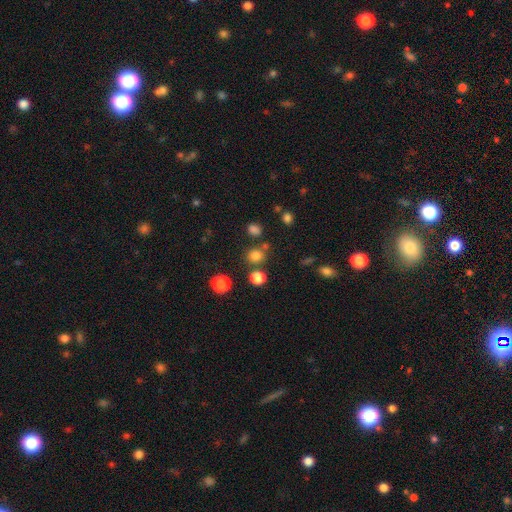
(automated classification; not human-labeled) Smooth or featured? Predicted: smooth (p=0.78). How rounded? Predicted: round (p=0.83). Merging? Predicted: none (p=0.75).